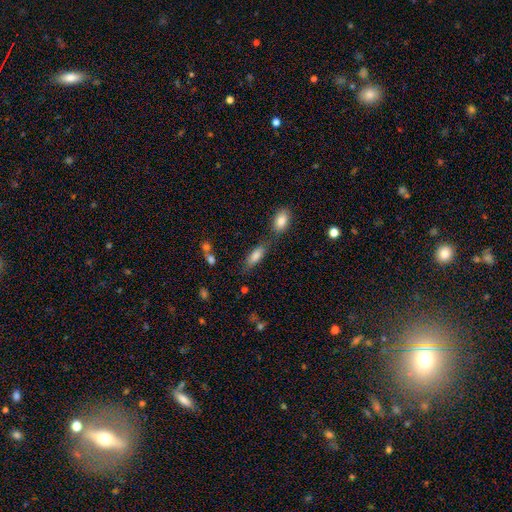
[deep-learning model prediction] Morphology: type=smooth (80%); roundness=in between (66%); merging=none (57%).